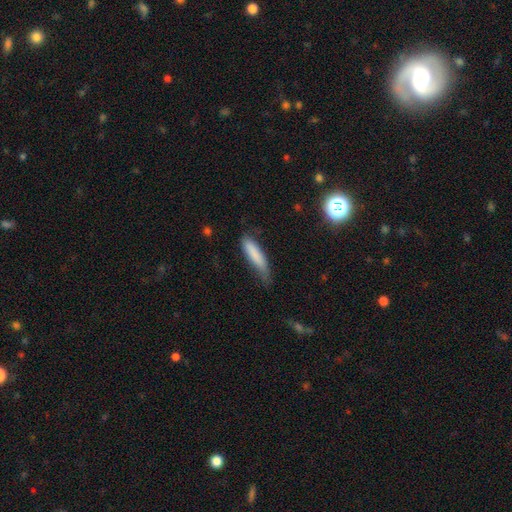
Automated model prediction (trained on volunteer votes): This appears to be a smooth galaxy with no disk features (83%) that is cigar-shaped (74%). Merging: none (50%).